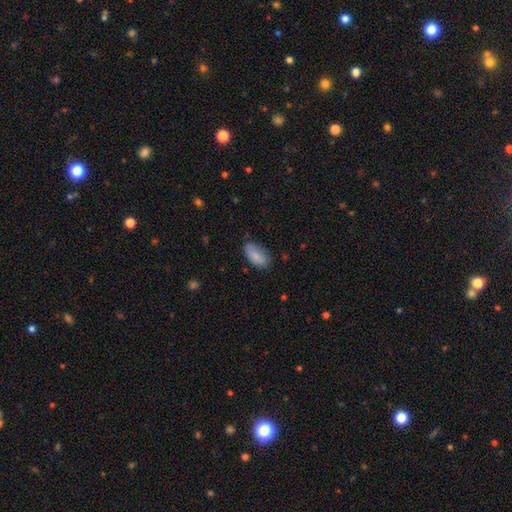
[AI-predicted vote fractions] Smooth or featured? Predicted: smooth (p=0.86). How rounded? Predicted: in between (p=0.93). Merging? Predicted: none (p=0.73).